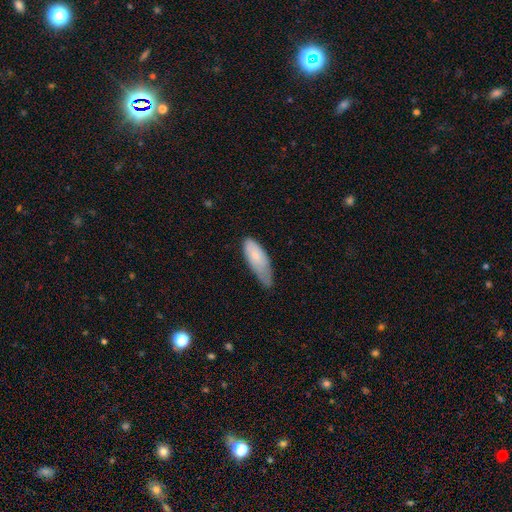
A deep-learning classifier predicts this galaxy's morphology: Smooth or featured? smooth (76%)
How rounded? in between (73%)
Merging? minor disturbance (50%)